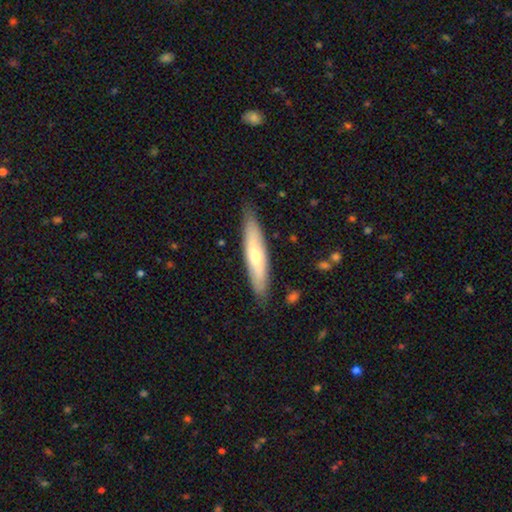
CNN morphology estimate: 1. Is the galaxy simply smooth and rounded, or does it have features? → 50% smooth, 45% featured or disk, 5% star or artifact.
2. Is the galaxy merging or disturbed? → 85% none, 11% minor disturbance, 2% major disturbance, 1% merger.